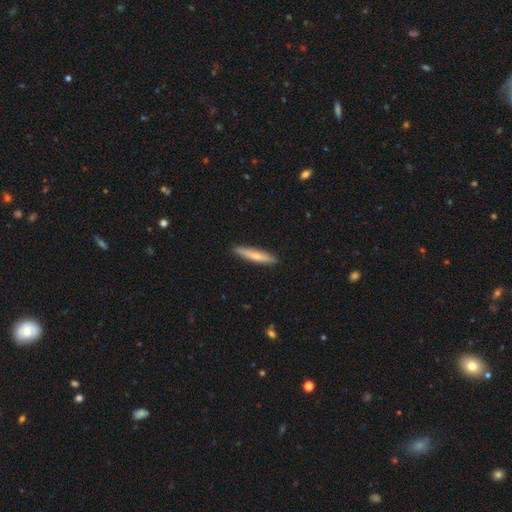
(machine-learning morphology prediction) smooth 60%, featured or disk 35%, star or artifact 6%. Down the decision tree: how rounded — cigar-shaped (90%); merging — none (90%).